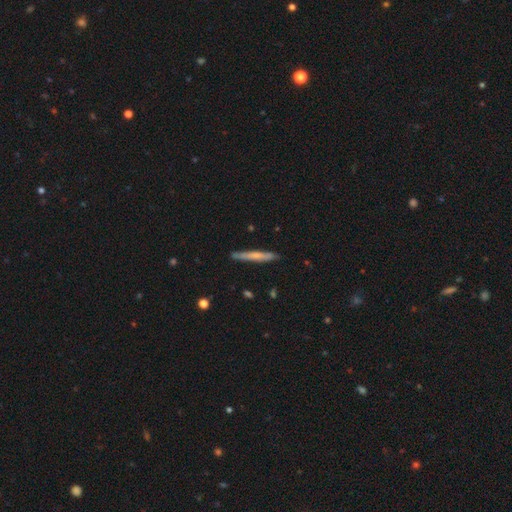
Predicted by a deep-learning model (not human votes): Morphology: type=smooth (55%); roundness=cigar-shaped (96%); merging=none (87%).